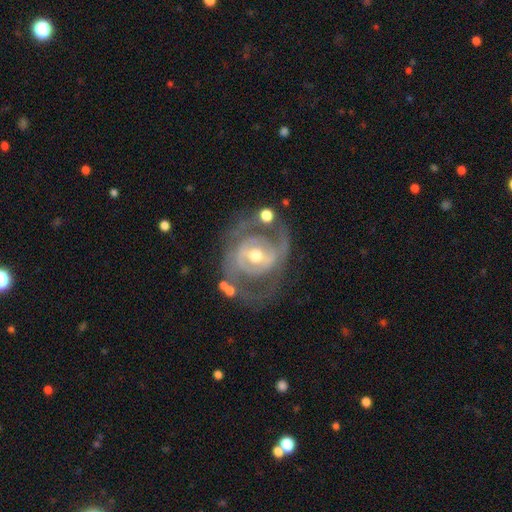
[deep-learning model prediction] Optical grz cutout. It shows a featured or disk galaxy (82%) with a weak bar (40%), 2 (63%) medium (41%, tied with tight) spiral arms (70%) and a moderate central bulge (70%). Merging: none (57%).